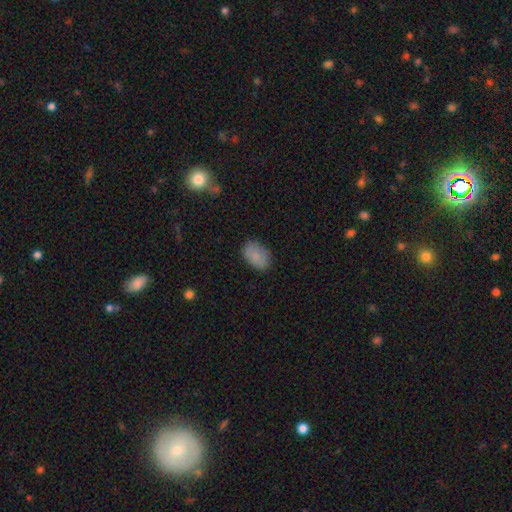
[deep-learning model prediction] A smooth galaxy with no disk features (85%) that is in between round and cigar-shaped (87%).

Vote fractions:
- Smooth or featured? smooth: 85% / star or artifact: 8% / featured or disk: 7%
- How rounded? in between: 87% / round: 12% / cigar-shaped: 1%
- Merging? none: 81% / minor disturbance: 15% / major disturbance: 3% / merger: 1%